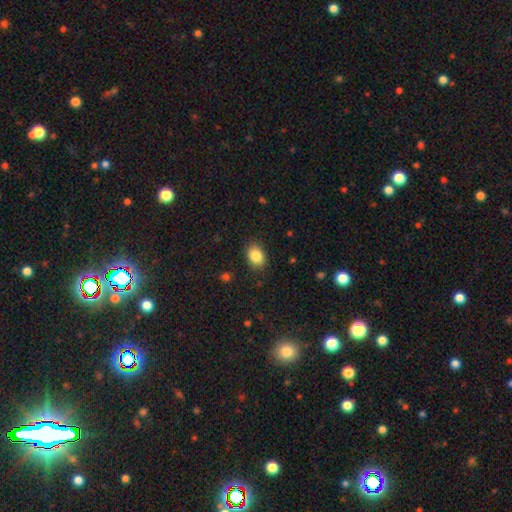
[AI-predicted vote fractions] Smooth or featured: smooth — 86% (star or artifact — 9%)
How rounded: in between — 70% (round — 29%)
Merging: none — 87% (minor disturbance — 10%)